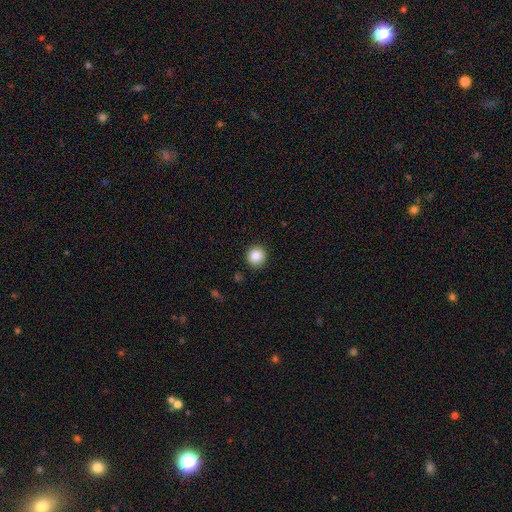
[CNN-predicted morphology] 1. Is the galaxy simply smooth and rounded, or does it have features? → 85% smooth, 9% star or artifact, 6% featured or disk.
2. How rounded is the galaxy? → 93% round, 6% in between, 1% cigar-shaped.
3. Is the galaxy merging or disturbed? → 91% none, 6% minor disturbance, 2% major disturbance, 1% merger.